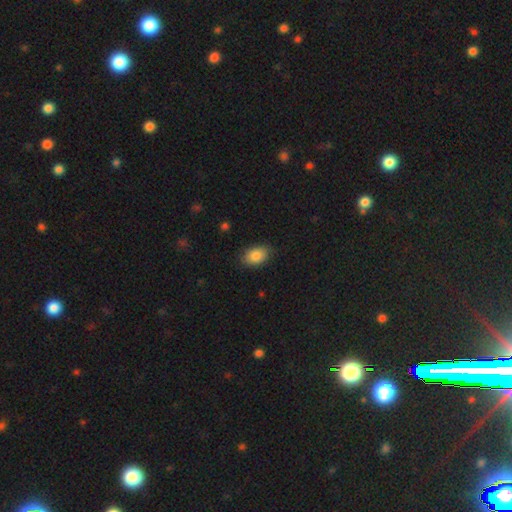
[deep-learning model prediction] Q: Smooth or featured?
A: smooth (85%); runner-up: featured or disk (8%)
Q: How rounded?
A: in between (86%); runner-up: round (13%)
Q: Merging?
A: none (81%); runner-up: minor disturbance (16%)